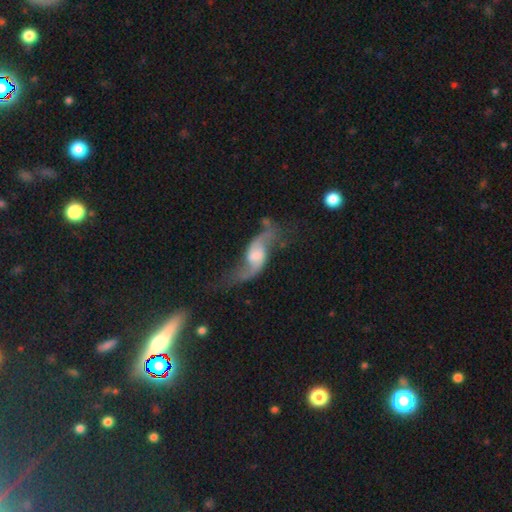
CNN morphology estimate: Overall: featured or disk (84%). Edge-on disk: no (93%). Bar: weak (46%; no 40%). Spiral arms: yes (95%). Spiral arm count: 2 (92%). Spiral winding: loose (83%). Bulge size: moderate (32%; large 23%). Merging: none (56%; minor disturbance 21%).